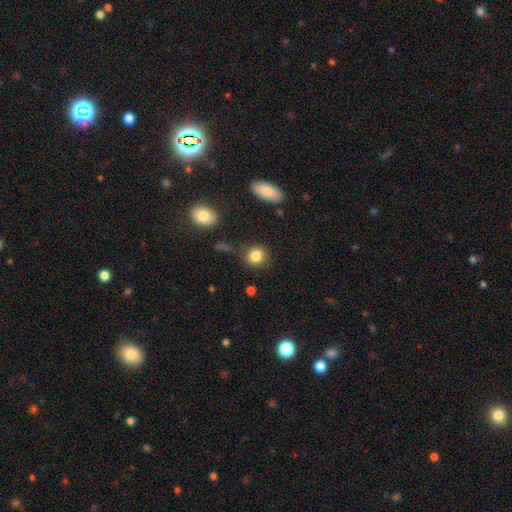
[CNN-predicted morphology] Q: Smooth or featured?
A: smooth (85%); runner-up: star or artifact (10%)
Q: How rounded?
A: round (85%); runner-up: in between (14%)
Q: Merging?
A: none (82%); runner-up: minor disturbance (11%)